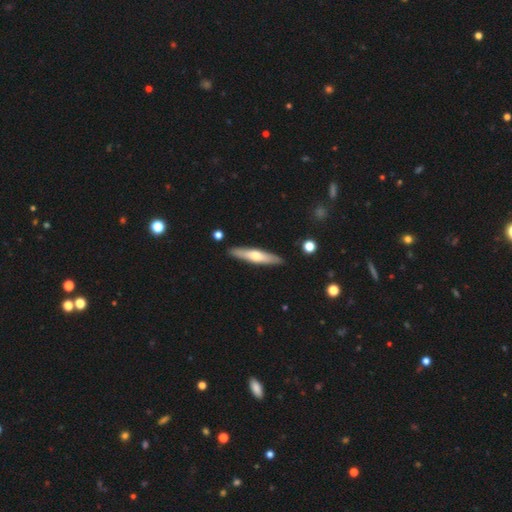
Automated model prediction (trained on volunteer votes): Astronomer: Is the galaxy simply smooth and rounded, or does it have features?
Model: featured or disk — 48% (runner-up: smooth, 47%).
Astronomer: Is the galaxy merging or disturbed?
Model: none — 89%.